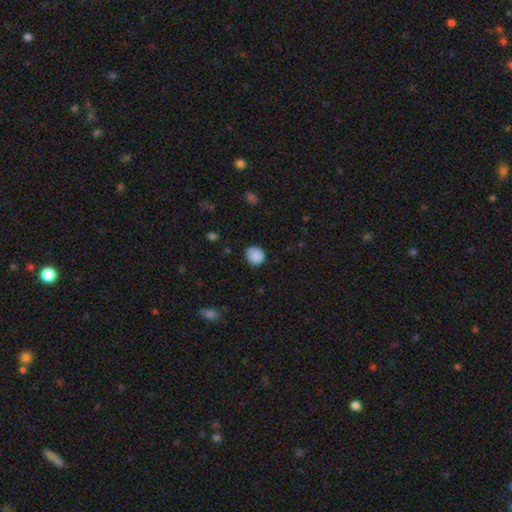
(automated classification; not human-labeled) Smooth or featured: smooth — 88% (star or artifact — 8%)
How rounded: round — 85% (in between — 15%)
Merging: none — 81% (minor disturbance — 14%)